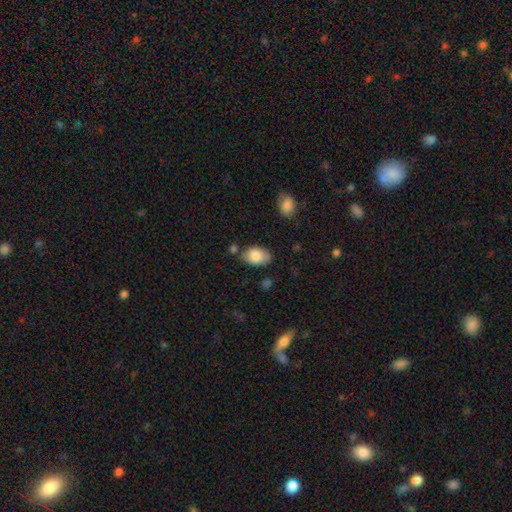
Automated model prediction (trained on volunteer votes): Smooth or featured?
  - smooth: 85% *
  - featured or disk: 9%
  - star or artifact: 7%
How rounded?
  - in between: 89% *
  - round: 10%
  - cigar-shaped: 1%
Merging?
  - none: 72% *
  - minor disturbance: 19%
  - merger: 6%
  - major disturbance: 4%